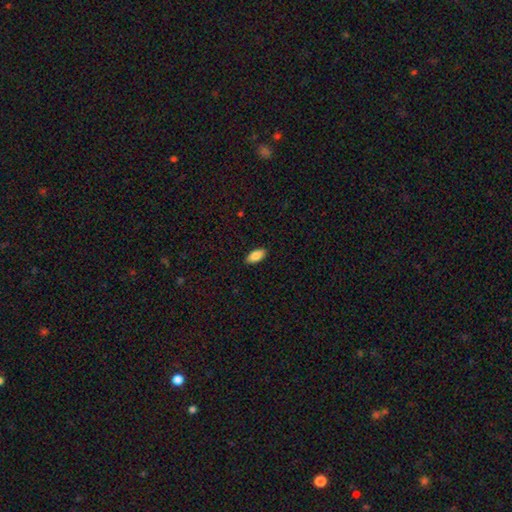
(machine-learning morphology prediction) smooth_or_featured: smooth (p=0.87) [alt: star or artifact p=0.07]
how_rounded: in between (p=0.92) [alt: cigar-shaped p=0.06]
merging: none (p=0.89) [alt: minor disturbance p=0.08]